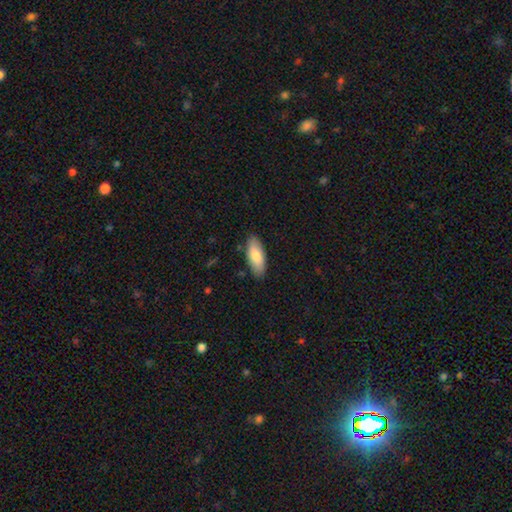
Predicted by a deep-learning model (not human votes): The model was most divided on "how rounded": in between: 79%, cigar-shaped: 19%, round: 2%. More confident: merging — none (87%); smooth or featured — smooth (79%).